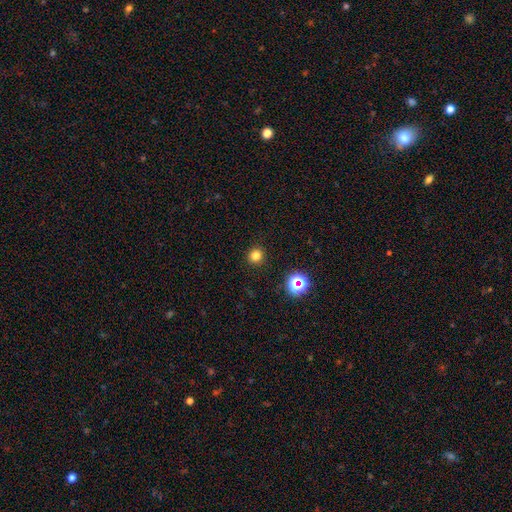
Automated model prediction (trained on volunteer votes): smooth 78%, star or artifact 17%, featured or disk 5%. Down the decision tree: how rounded — round (93%); merging — none (92%).